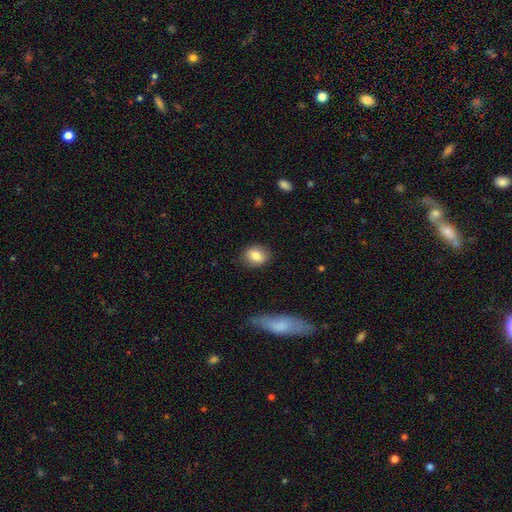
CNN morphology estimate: Q: Smooth or featured?
A: smooth (83%); runner-up: featured or disk (9%)
Q: How rounded?
A: in between (63%); runner-up: round (36%)
Q: Merging?
A: none (83%); runner-up: minor disturbance (13%)